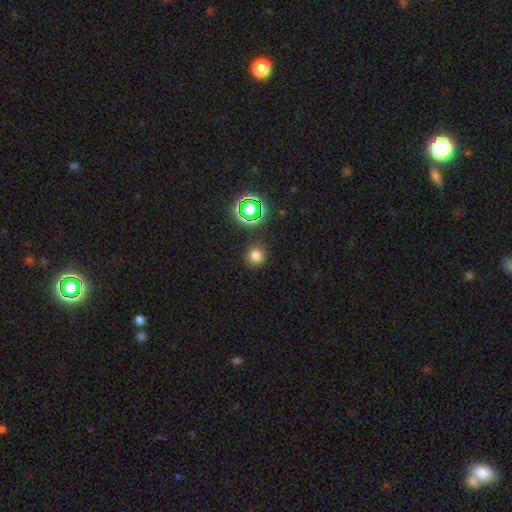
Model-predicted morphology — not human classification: A smooth galaxy with no disk features (74%) that is round (91%).

Vote fractions:
- Smooth or featured? smooth: 74% / star or artifact: 20% / featured or disk: 6%
- How rounded? round: 91% / in between: 8% / cigar-shaped: 1%
- Merging? none: 86% / minor disturbance: 8% / major disturbance: 3% / merger: 2%